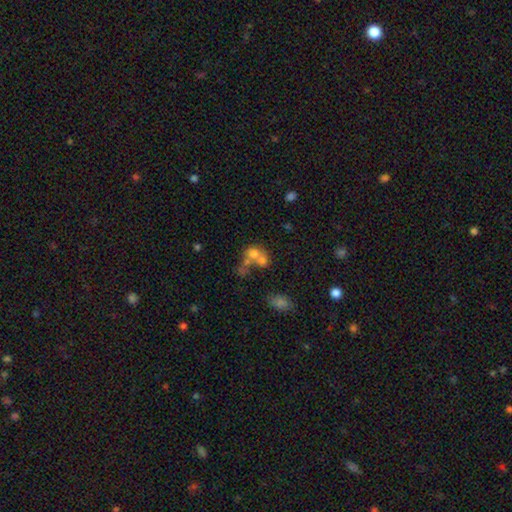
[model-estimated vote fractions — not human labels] Smooth or featured: smooth — 62% (featured or disk — 24%)
How rounded: round — 58% (in between — 40%)
Merging: merger — 63% (none — 22%)